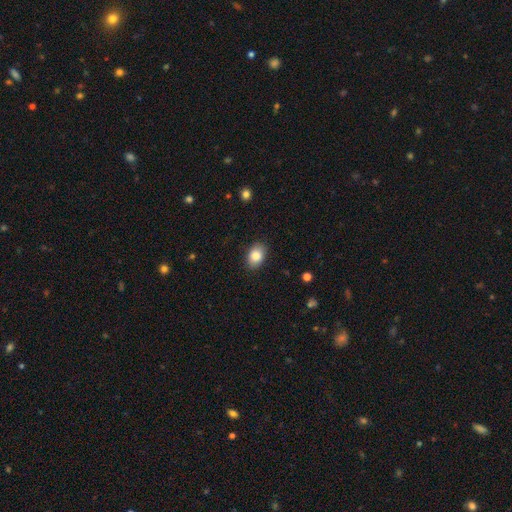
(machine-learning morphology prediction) smooth-or-featured: smooth: 85% | star or artifact: 8% | featured or disk: 7%
  how-rounded: in between: 80% | round: 19% | cigar-shaped: 1%
  merging: none: 87% | minor disturbance: 9% | major disturbance: 2% | merger: 1%